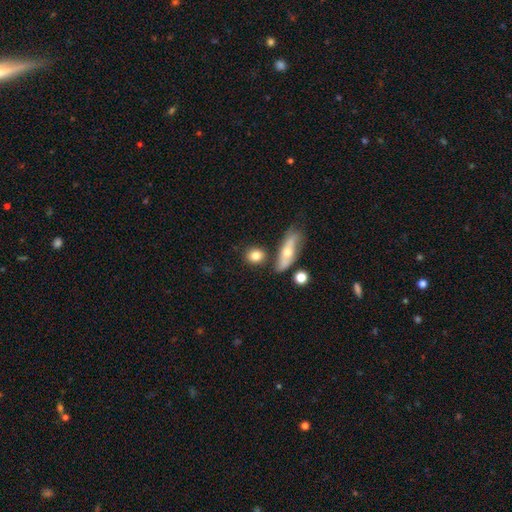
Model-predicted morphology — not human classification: Q: Smooth or featured?
A: smooth (80%); runner-up: featured or disk (12%)
Q: How rounded?
A: round (62%); runner-up: in between (32%)
Q: Merging?
A: none (73%); runner-up: minor disturbance (12%)